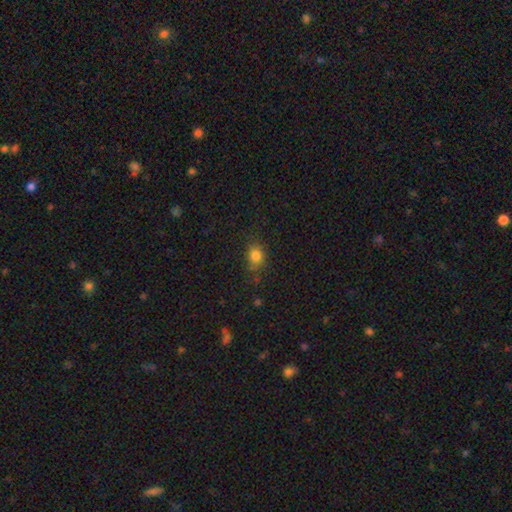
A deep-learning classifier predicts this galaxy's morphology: The model was most divided on "how rounded": round: 50%, in between: 48%, cigar-shaped: 2%. More confident: smooth or featured — smooth (81%); merging — none (73%).